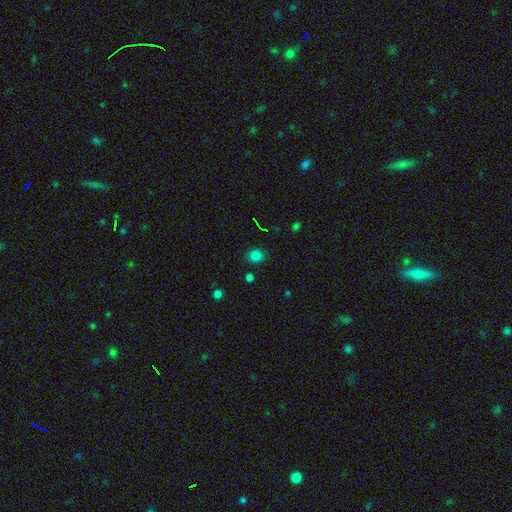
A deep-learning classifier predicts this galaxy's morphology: Q: Smooth or featured?
A: smooth (79%); runner-up: star or artifact (17%)
Q: How rounded?
A: round (63%); runner-up: in between (36%)
Q: Merging?
A: none (84%); runner-up: minor disturbance (11%)